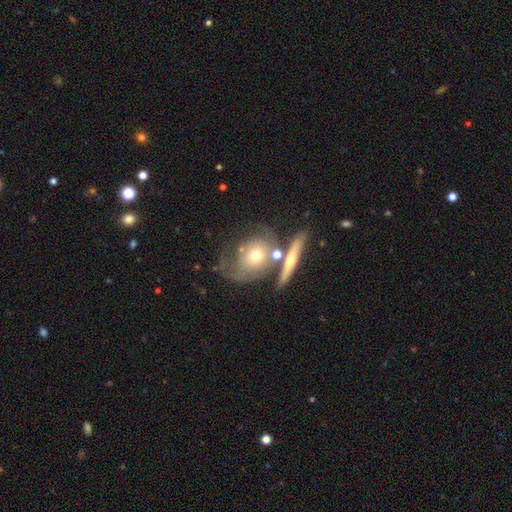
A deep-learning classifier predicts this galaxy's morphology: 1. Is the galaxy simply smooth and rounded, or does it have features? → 50% featured or disk, 42% smooth, 8% star or artifact.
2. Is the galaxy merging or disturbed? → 37% none, 30% merger, 18% minor disturbance, 15% major disturbance.